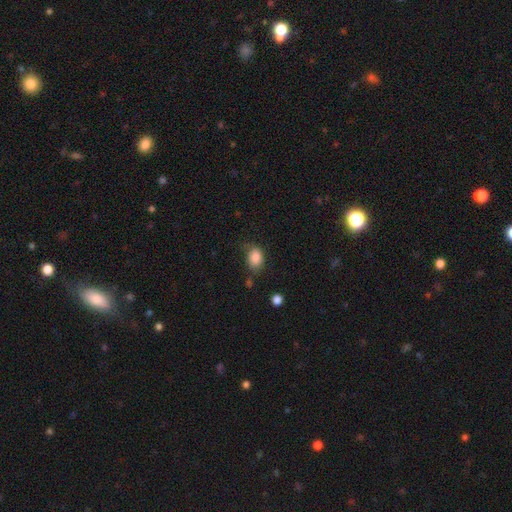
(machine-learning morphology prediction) Smooth or featured?
  - smooth: 85% *
  - star or artifact: 9%
  - featured or disk: 6%
How rounded?
  - in between: 71% *
  - round: 28%
  - cigar-shaped: 1%
Merging?
  - none: 57% *
  - minor disturbance: 29%
  - major disturbance: 10%
  - merger: 4%